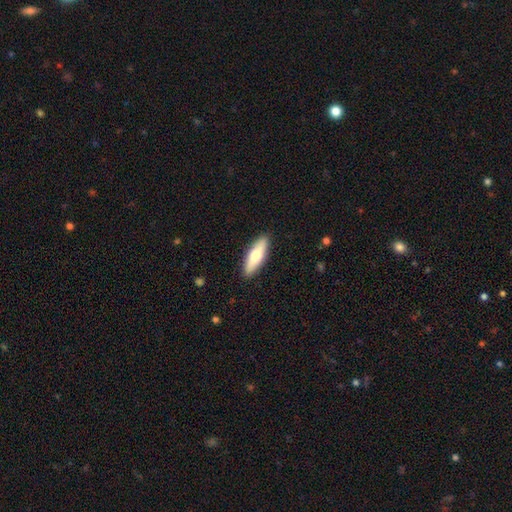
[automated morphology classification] A smooth galaxy with no disk features (64%) that is cigar-shaped (50%). Merging: none (90%).